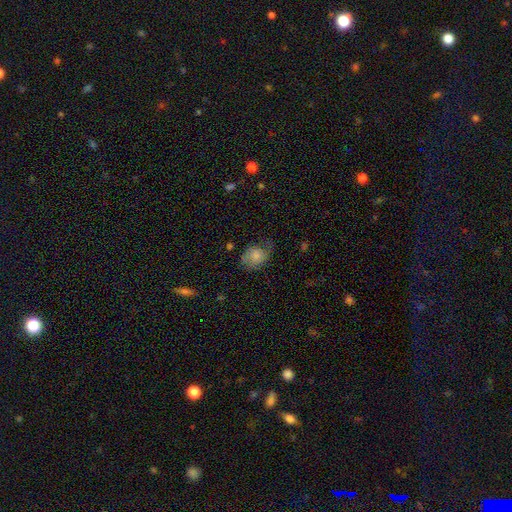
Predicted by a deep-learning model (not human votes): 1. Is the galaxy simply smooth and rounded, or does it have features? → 64% smooth, 28% featured or disk, 8% star or artifact.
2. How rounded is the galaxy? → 56% in between, 43% round, 1% cigar-shaped.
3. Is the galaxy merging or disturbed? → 46% none, 32% minor disturbance, 20% major disturbance, 2% merger.